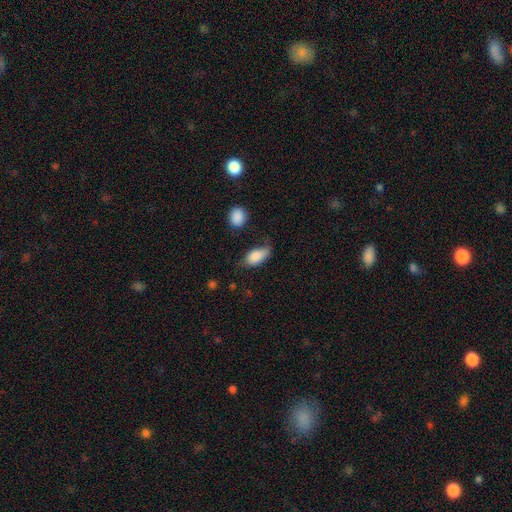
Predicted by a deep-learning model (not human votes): This appears to be a smooth galaxy with no disk features (84%) that is in between round and cigar-shaped (90%). Merging: none (48%).